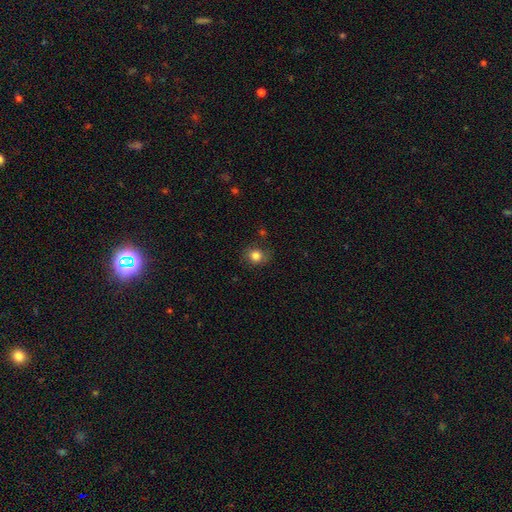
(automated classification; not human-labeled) Smooth or featured: smooth — 82% (star or artifact — 11%)
How rounded: round — 75% (in between — 24%)
Merging: none — 77% (minor disturbance — 16%)